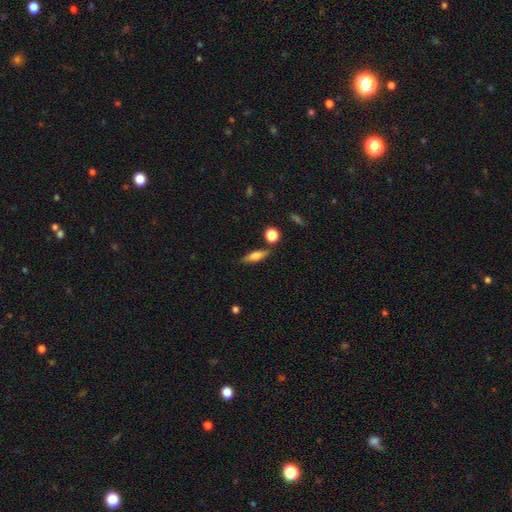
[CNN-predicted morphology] Overall: smooth (68%). How rounded: cigar-shaped (49%; in between 47%). Merging: none (77%).